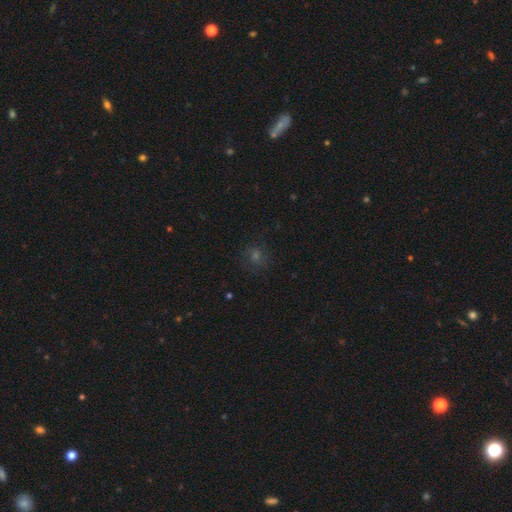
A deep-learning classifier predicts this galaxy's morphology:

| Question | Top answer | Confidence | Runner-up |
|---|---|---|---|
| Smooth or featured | smooth | 48% | star or artifact (38%) |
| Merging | none | 83% | minor disturbance (10%) |